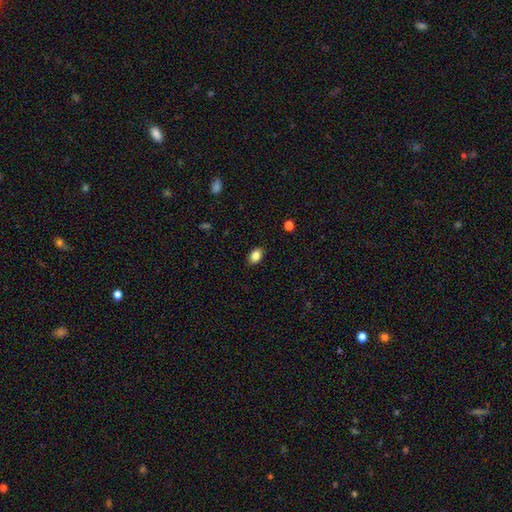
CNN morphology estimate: This appears to be a smooth galaxy with no disk features (85%) that is in between round and cigar-shaped (85%). Merging: none (88%).